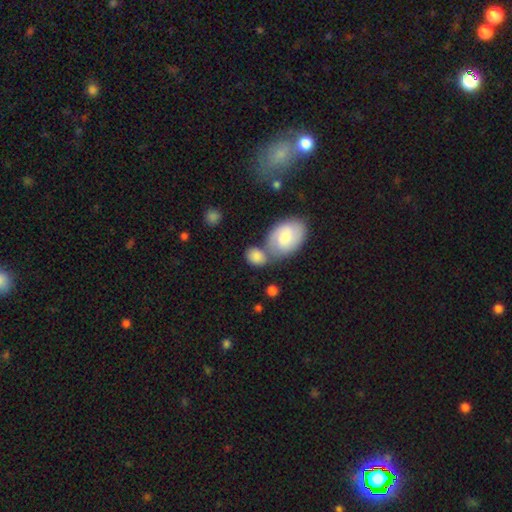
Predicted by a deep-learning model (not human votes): Smooth or featured: smooth — 81% (featured or disk — 13%)
How rounded: in between — 66% (round — 32%)
Merging: merger — 42% (none — 41%)